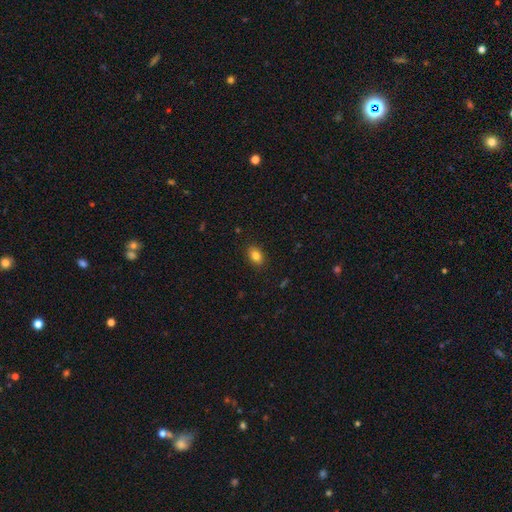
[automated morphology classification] Q: Smooth or featured?
A: smooth (84%); runner-up: star or artifact (10%)
Q: How rounded?
A: in between (78%); runner-up: round (21%)
Q: Merging?
A: none (89%); runner-up: minor disturbance (8%)